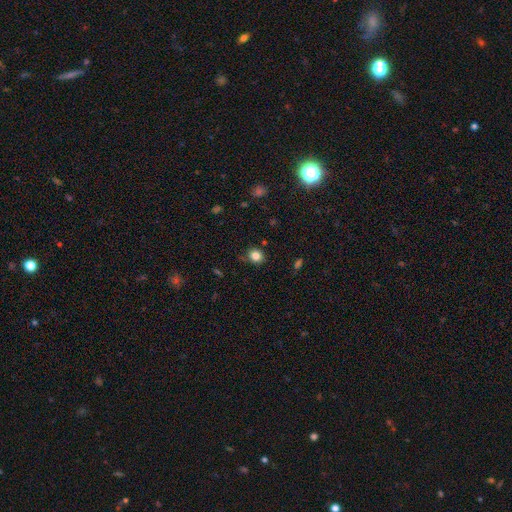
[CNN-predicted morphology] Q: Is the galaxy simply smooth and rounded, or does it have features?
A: smooth — 83%.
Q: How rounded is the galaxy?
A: round — 78%.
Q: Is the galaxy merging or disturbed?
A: none — 83%.